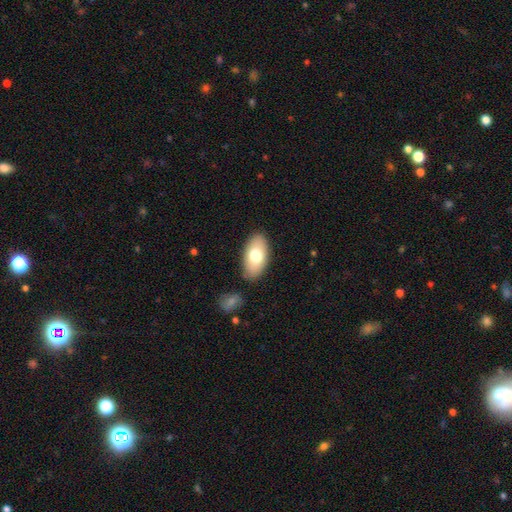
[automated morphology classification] smooth 73%, featured or disk 20%, star or artifact 7%. Down the decision tree: how rounded — in between (94%); merging — none (85%).